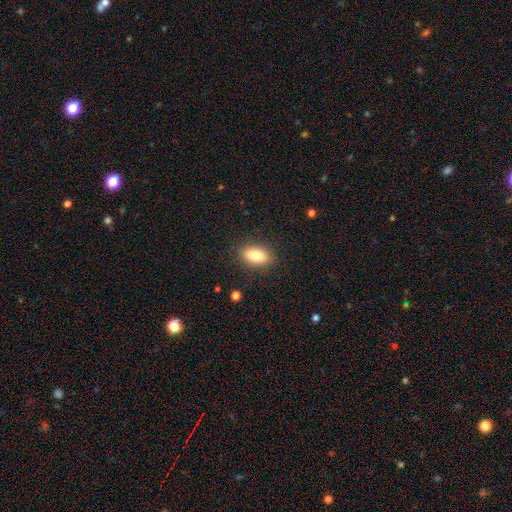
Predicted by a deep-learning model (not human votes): The model was most divided on "smooth or featured": smooth: 81%, featured or disk: 12%, star or artifact: 7%. More confident: merging — none (87%); how rounded — in between (86%).